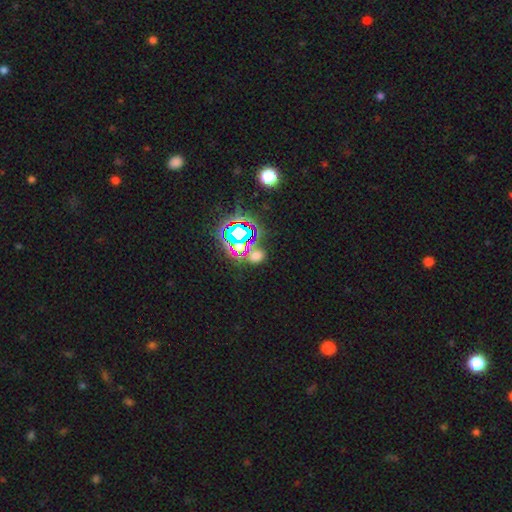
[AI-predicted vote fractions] smooth_or_featured: star or artifact (p=0.54) [alt: smooth p=0.37]